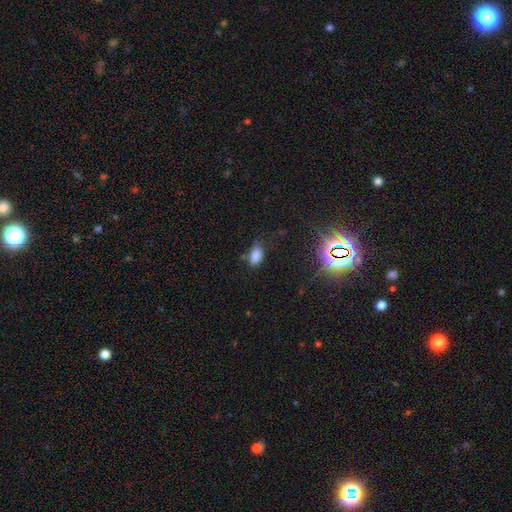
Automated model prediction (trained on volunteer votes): Smooth or featured? Predicted: smooth (p=0.79). How rounded? Predicted: in between (p=0.91). Merging? Predicted: none (p=0.58).